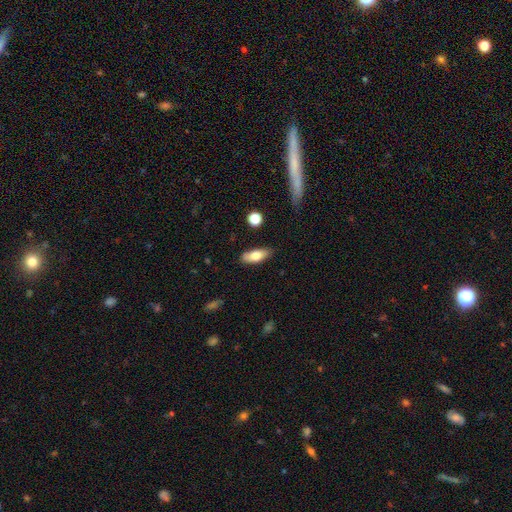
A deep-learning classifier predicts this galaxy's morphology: Smooth or featured? smooth (73%)
How rounded? in between (76%)
Merging? none (80%)